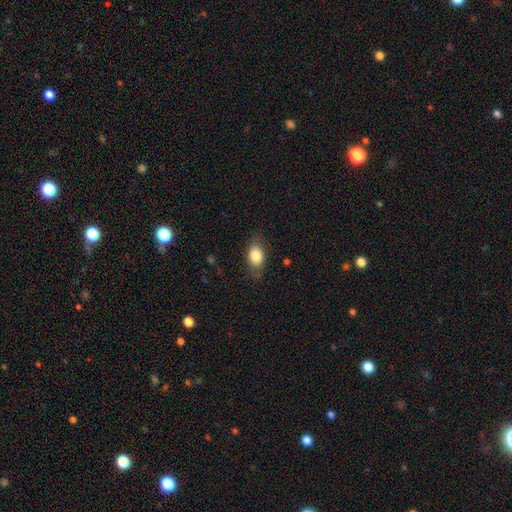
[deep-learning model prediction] Q: Smooth or featured?
A: smooth (82%); runner-up: featured or disk (11%)
Q: How rounded?
A: in between (80%); runner-up: round (18%)
Q: Merging?
A: none (75%); runner-up: minor disturbance (18%)